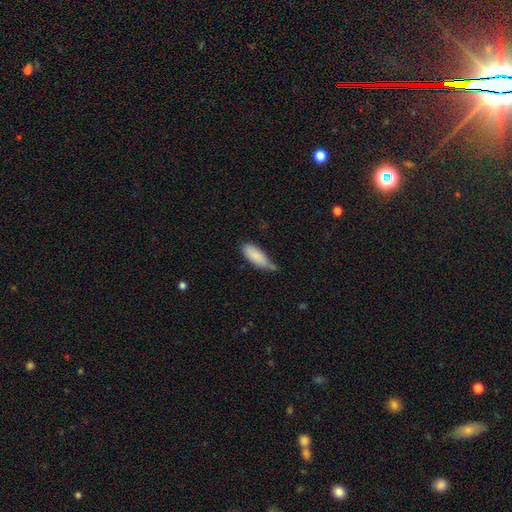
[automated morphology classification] Smooth or featured? smooth (86%)
How rounded? in between (74%)
Merging? minor disturbance (44%)